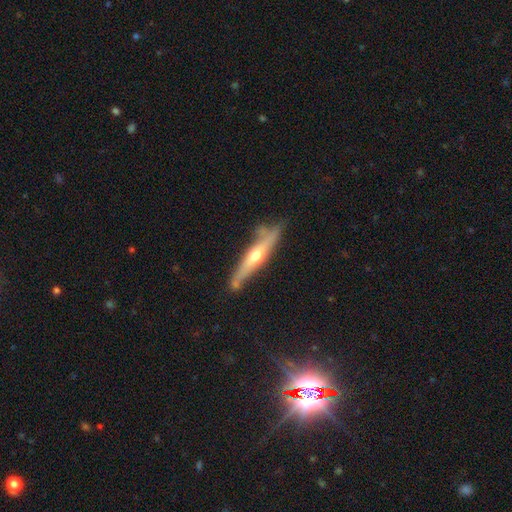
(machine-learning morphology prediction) Smooth or featured? featured or disk (61%)
Edge-on disk? yes (90%)
Edge-on bulge? rounded (87%)
Merging? none (71%)